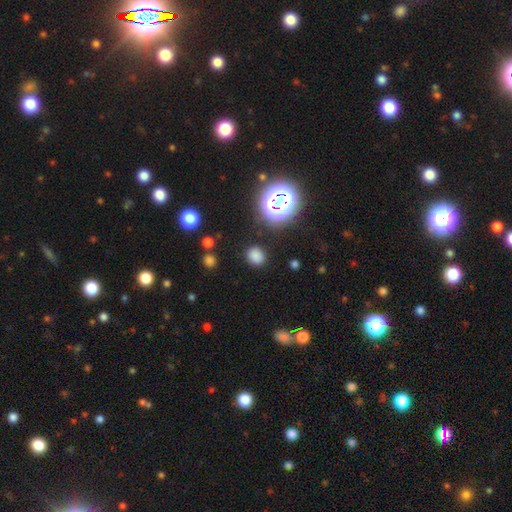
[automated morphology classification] Overall: smooth (74%). How rounded: round (69%; in between 30%). Merging: none (85%).